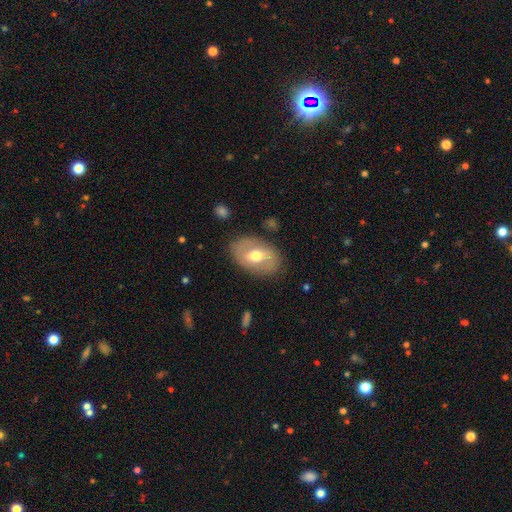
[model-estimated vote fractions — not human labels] featured or disk 48%, smooth 46%, star or artifact 6%. Down the decision tree: merging — none (80%).